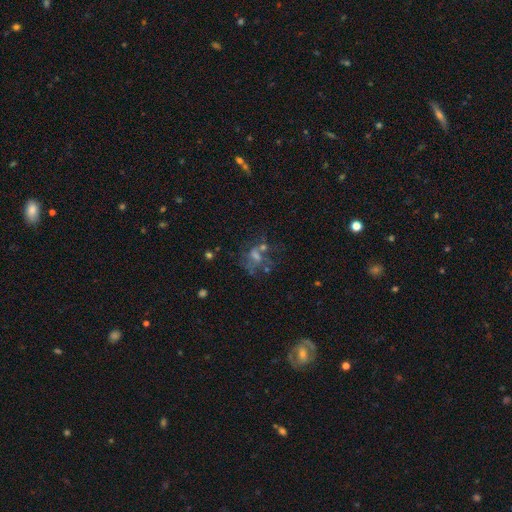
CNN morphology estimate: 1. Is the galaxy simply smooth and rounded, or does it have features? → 45% featured or disk, 30% star or artifact, 25% smooth.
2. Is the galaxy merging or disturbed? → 44% none, 24% major disturbance, 16% merger, 16% minor disturbance.